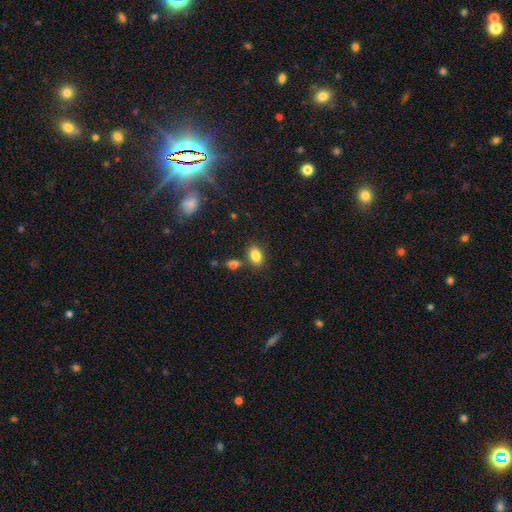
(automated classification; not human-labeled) Smooth or featured? Predicted: smooth (p=0.84). How rounded? Predicted: in between (p=0.84). Merging? Predicted: none (p=0.74).